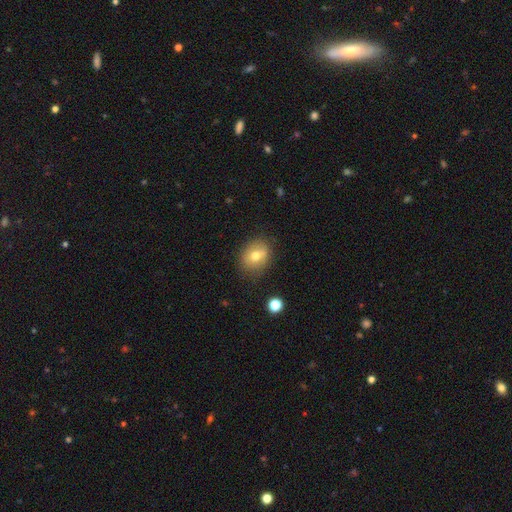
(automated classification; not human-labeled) smooth_or_featured: smooth (p=0.70) [alt: featured or disk p=0.20]
how_rounded: round (p=0.57) [alt: in between p=0.42]
merging: none (p=0.74) [alt: minor disturbance p=0.17]